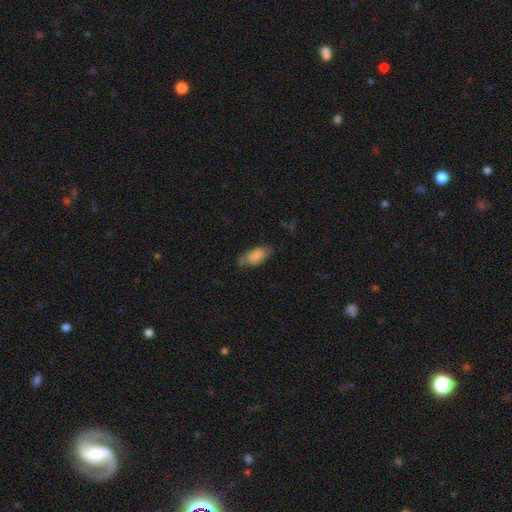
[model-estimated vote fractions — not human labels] Smooth or featured? Predicted: smooth (p=0.77). How rounded? Predicted: in between (p=0.89). Merging? Predicted: none (p=0.53).